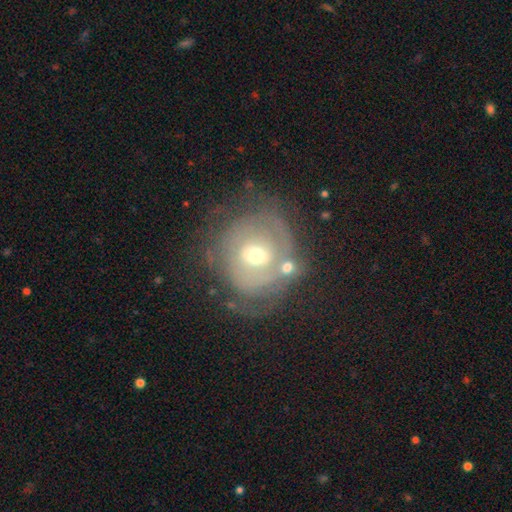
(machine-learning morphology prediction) This is likely a featured or disk galaxy (66%). It is clearly not viewed edge-on (97%). Bar: likely no (66%). Spiral arm pattern: likely yes (66%). Central bulge: possibly moderate (53%). Merging: possibly none (55%).